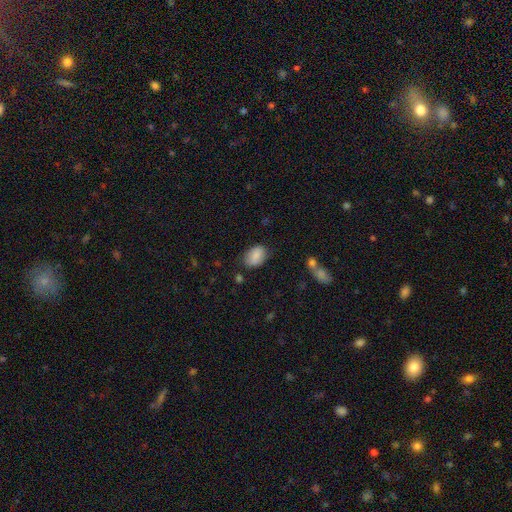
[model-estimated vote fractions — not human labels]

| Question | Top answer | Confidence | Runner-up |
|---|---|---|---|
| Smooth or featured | smooth | 85% | star or artifact (7%) |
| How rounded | in between | 85% | round (14%) |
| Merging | none | 74% | minor disturbance (19%) |